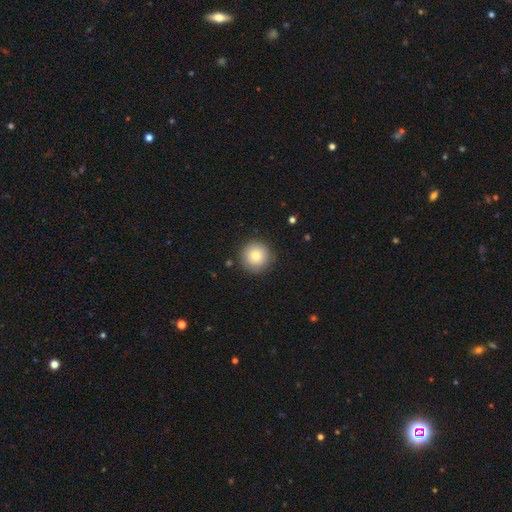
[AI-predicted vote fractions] Smooth or featured? smooth (80%)
How rounded? round (96%)
Merging? none (88%)